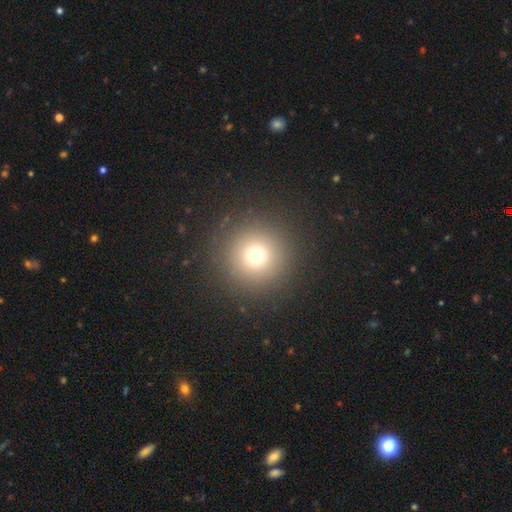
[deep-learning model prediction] Smooth or featured: smooth — 70% (star or artifact — 20%)
How rounded: round — 96% (in between — 3%)
Merging: none — 90% (minor disturbance — 5%)